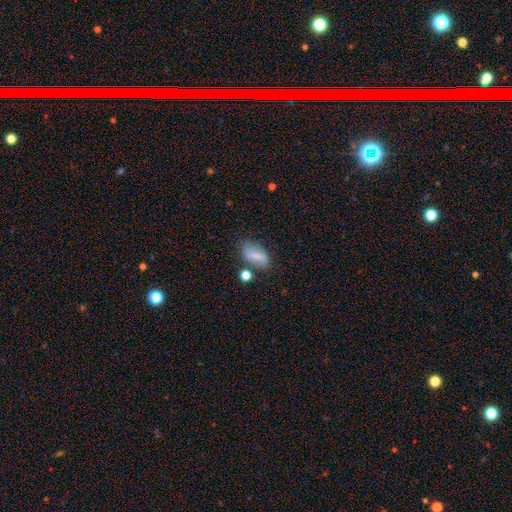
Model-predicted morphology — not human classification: Smooth or featured?
  - smooth: 65% *
  - featured or disk: 25%
  - star or artifact: 10%
How rounded?
  - in between: 84% *
  - round: 9%
  - cigar-shaped: 7%
Merging?
  - none: 63% *
  - minor disturbance: 21%
  - merger: 9%
  - major disturbance: 8%